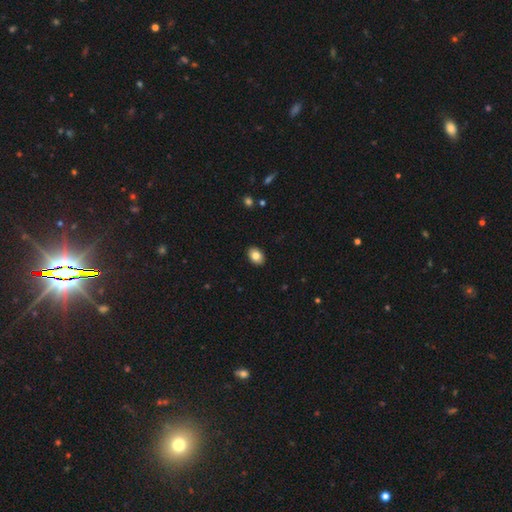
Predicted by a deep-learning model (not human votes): Smooth or featured?
  - smooth: 83% *
  - featured or disk: 9%
  - star or artifact: 8%
How rounded?
  - in between: 80% *
  - round: 19%
  - cigar-shaped: 1%
Merging?
  - none: 91% *
  - minor disturbance: 7%
  - major disturbance: 2%
  - merger: 1%